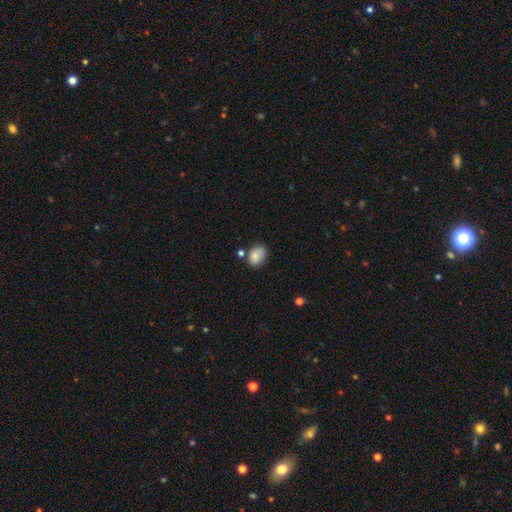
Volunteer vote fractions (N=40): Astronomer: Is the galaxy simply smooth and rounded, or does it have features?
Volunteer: smooth — 75%.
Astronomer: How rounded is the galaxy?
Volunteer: in between — 57% (runner-up: round, 43%).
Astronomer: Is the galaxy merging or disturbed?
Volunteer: none — 51% (runner-up: minor disturbance, 31%).